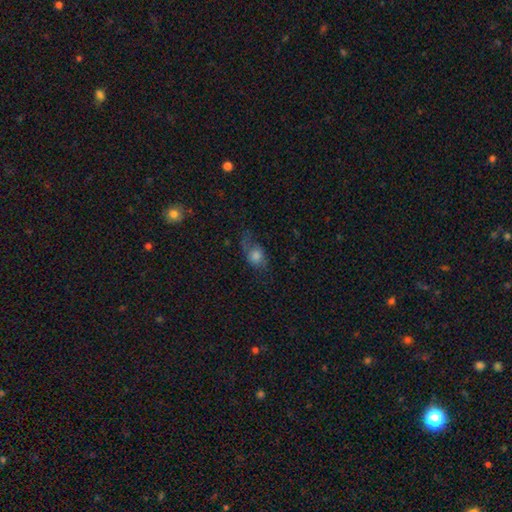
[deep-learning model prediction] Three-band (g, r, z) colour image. It shows a smooth galaxy with no disk features (58%) that is in between round and cigar-shaped (53%). Merging: none (45%).